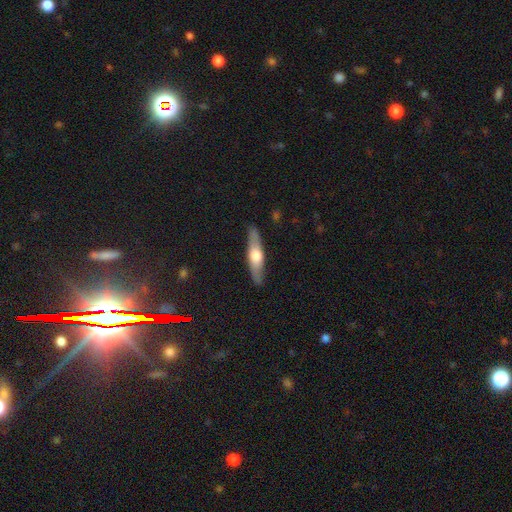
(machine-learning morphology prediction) This appears to be a featured or disk galaxy (52%) viewed edge-on (89%). Merging: none (87%).